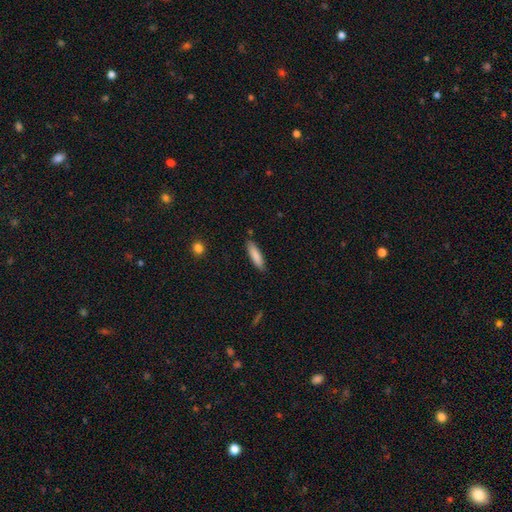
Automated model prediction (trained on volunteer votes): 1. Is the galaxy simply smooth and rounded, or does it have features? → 84% smooth, 10% featured or disk, 6% star or artifact.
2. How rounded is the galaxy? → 75% cigar-shaped, 24% in between, 1% round.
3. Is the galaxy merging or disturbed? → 86% none, 11% minor disturbance, 2% major disturbance, 2% merger.